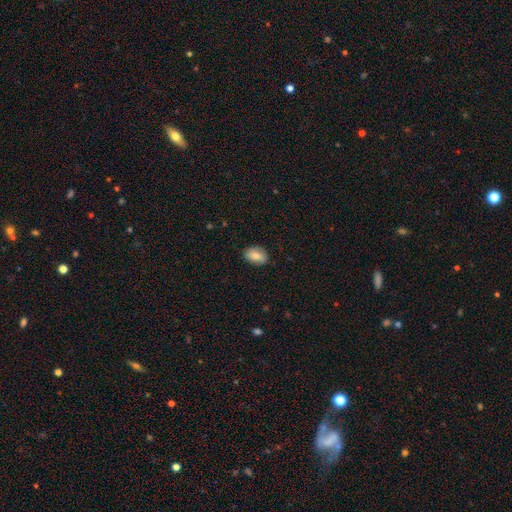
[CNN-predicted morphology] Smooth or featured? smooth (77%)
How rounded? in between (82%)
Merging? none (83%)